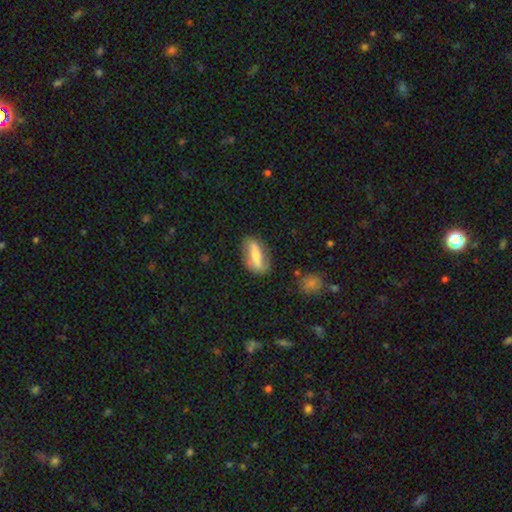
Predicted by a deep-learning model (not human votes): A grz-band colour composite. It shows a smooth galaxy with no disk features (49%). Merging: none (74%).